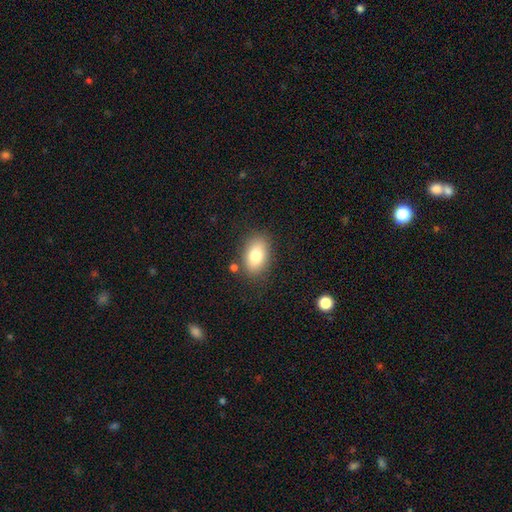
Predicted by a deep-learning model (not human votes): Smooth or featured: smooth — 79% (featured or disk — 13%)
How rounded: in between — 86% (round — 13%)
Merging: none — 82% (minor disturbance — 11%)